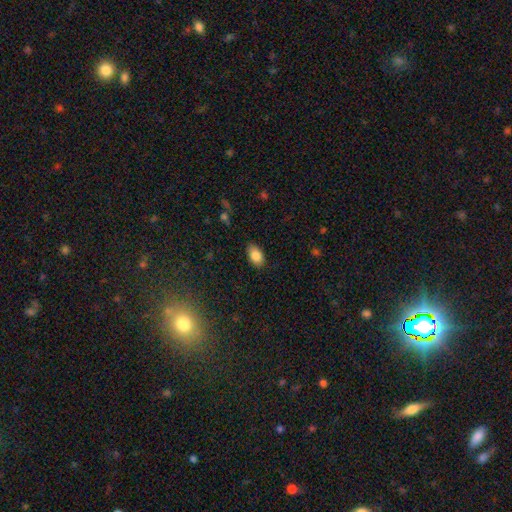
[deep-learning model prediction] smooth-or-featured: smooth: 85% | star or artifact: 8% | featured or disk: 7%
  how-rounded: in between: 92% | round: 6% | cigar-shaped: 2%
  merging: none: 86% | minor disturbance: 10% | major disturbance: 2% | merger: 1%